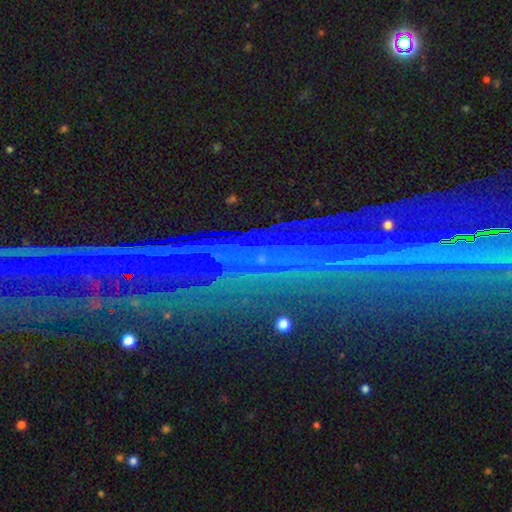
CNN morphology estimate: Q: Smooth or featured?
A: star or artifact (73%); runner-up: featured or disk (17%)